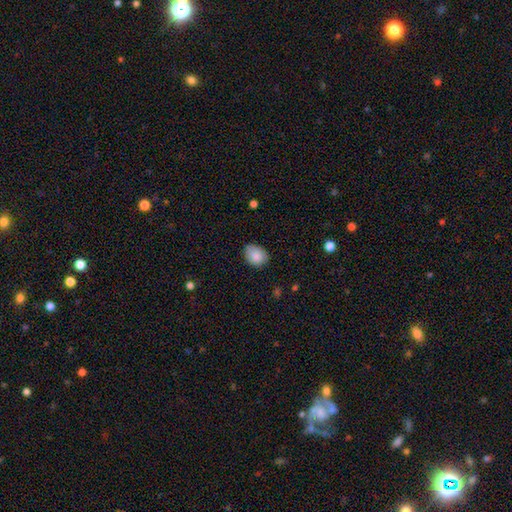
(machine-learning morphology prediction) This appears to be a smooth galaxy with no disk features (86%) that is in between round and cigar-shaped (64%). Merging: none (73%).